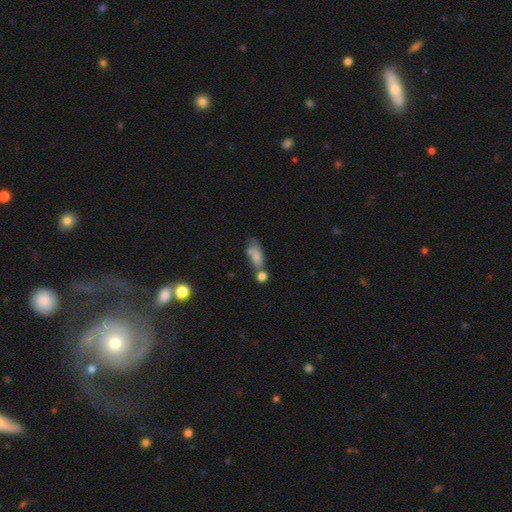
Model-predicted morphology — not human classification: smooth_or_featured: smooth (p=0.74) [alt: featured or disk p=0.17]
how_rounded: in between (p=0.70) [alt: cigar-shaped p=0.24]
merging: none (p=0.40) [alt: merger p=0.32]